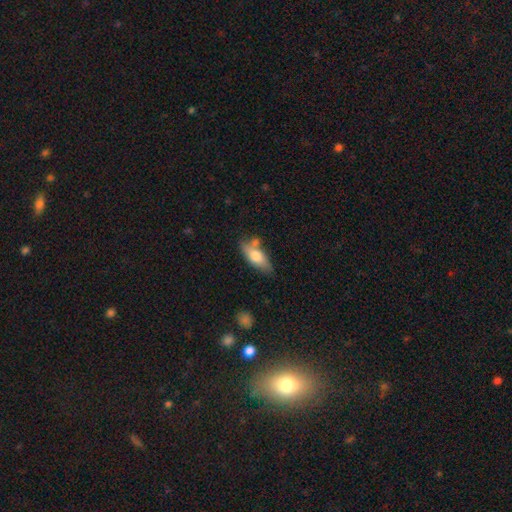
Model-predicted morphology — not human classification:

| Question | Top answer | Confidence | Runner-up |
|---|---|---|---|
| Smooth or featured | smooth | 71% | featured or disk (23%) |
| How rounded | in between | 75% | cigar-shaped (22%) |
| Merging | none | 64% | minor disturbance (20%) |